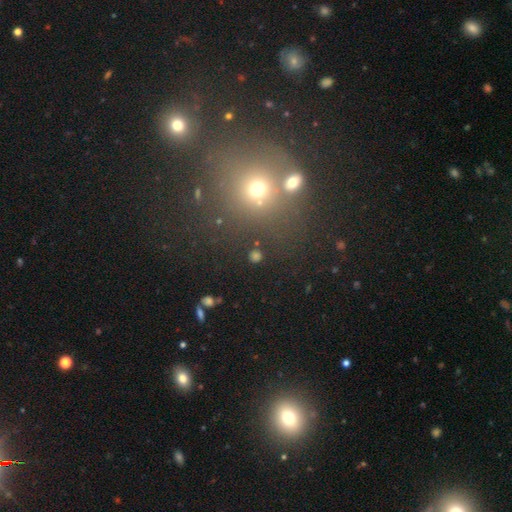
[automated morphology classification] smooth_or_featured: smooth (p=0.59) [alt: star or artifact p=0.31]
how_rounded: round (p=0.78) [alt: in between p=0.19]
merging: none (p=0.73) [alt: merger p=0.13]